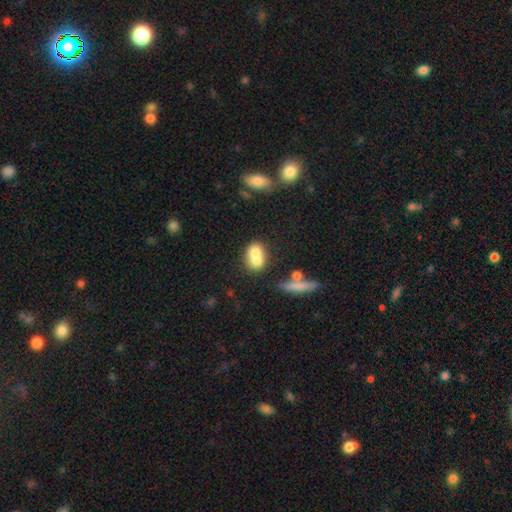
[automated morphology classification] Smooth or featured: smooth — 71% (featured or disk — 20%)
How rounded: in between — 63% (round — 34%)
Merging: merger — 59% (none — 27%)